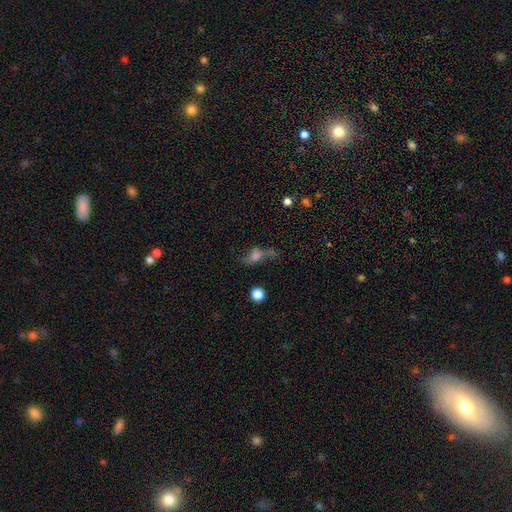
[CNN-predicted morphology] A smooth galaxy with no disk features (50%).

Vote fractions:
- Smooth or featured? smooth: 50% / featured or disk: 33% / star or artifact: 17%
- Merging? none: 40% / major disturbance: 29% / minor disturbance: 22% / merger: 10%